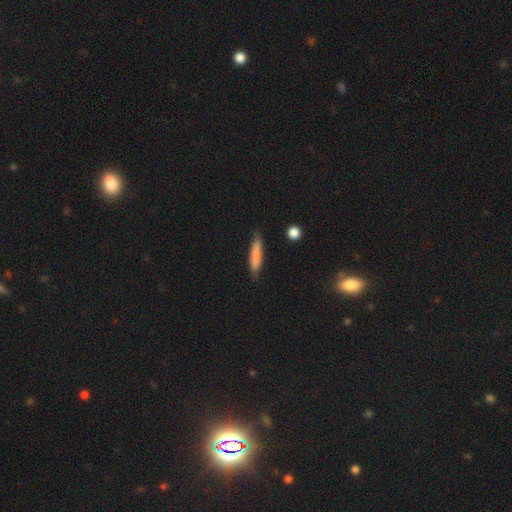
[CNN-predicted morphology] The model was most divided on "merging": none: 81%, minor disturbance: 15%, major disturbance: 3%, merger: 2%. More confident: how rounded — cigar-shaped (84%); smooth or featured — smooth (81%).